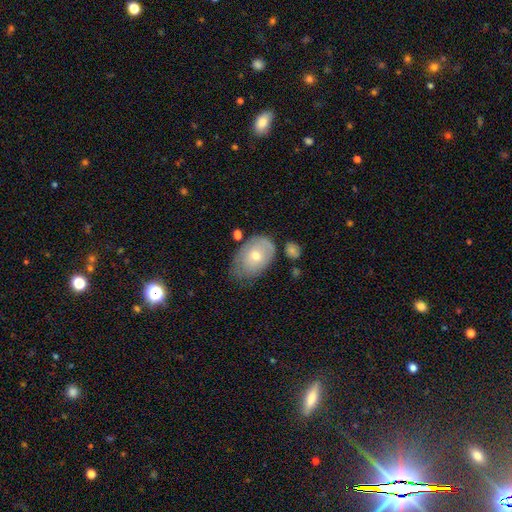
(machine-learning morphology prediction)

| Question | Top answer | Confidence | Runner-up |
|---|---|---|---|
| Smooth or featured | smooth | 60% | featured or disk (33%) |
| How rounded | in between | 83% | round (16%) |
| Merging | none | 46% | minor disturbance (35%) |